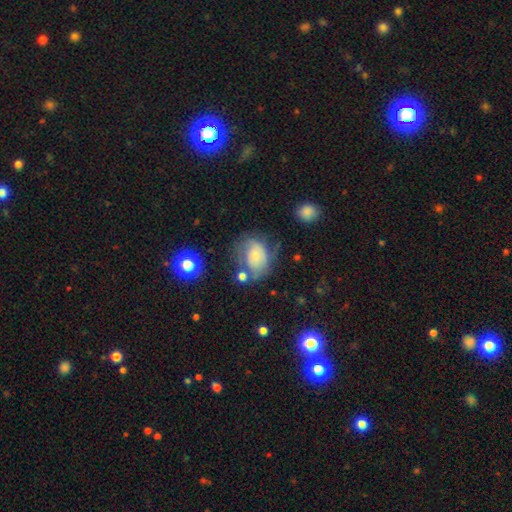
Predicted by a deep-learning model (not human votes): Smooth or featured?
  - smooth: 48% *
  - featured or disk: 42%
  - star or artifact: 10%
Merging?
  - none: 41% *
  - minor disturbance: 28%
  - major disturbance: 22%
  - merger: 10%